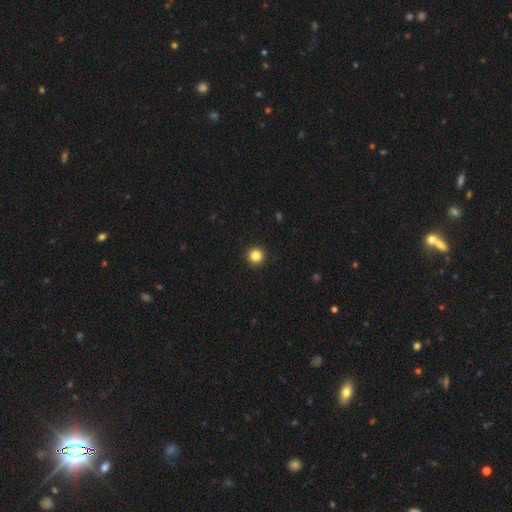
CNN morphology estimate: Smooth or featured: smooth — 84% (star or artifact — 11%)
How rounded: round — 96% (in between — 3%)
Merging: none — 94% (minor disturbance — 4%)